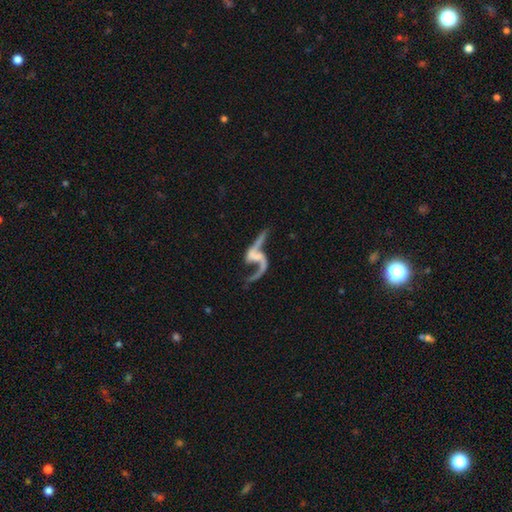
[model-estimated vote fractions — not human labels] Q: Smooth or featured?
A: featured or disk (86%); runner-up: smooth (7%)
Q: Edge-on disk?
A: no (95%); runner-up: yes (5%)
Q: Bar?
A: no (47%); runner-up: weak (32%)
Q: Spiral arms?
A: yes (91%); runner-up: no (9%)
Q: Spiral winding?
A: loose (89%); runner-up: medium (9%)
Q: Spiral arm count?
A: 2 (87%); runner-up: 1 (7%)
Q: Bulge size?
A: none (56%); runner-up: small (28%)
Q: Merging?
A: none (46%); runner-up: major disturbance (27%)